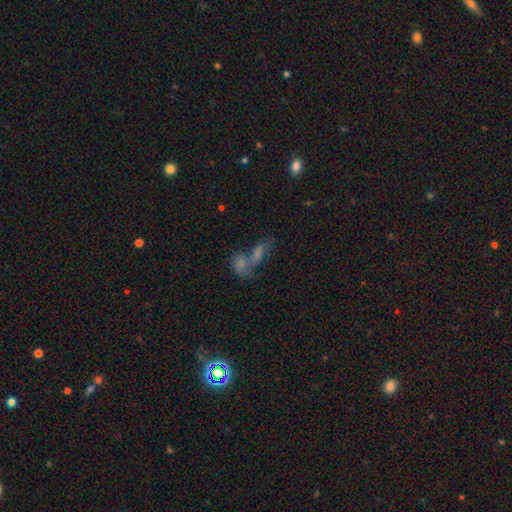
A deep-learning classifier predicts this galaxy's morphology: Smooth or featured: smooth — 48% (star or artifact — 26%)
Merging: merger — 56% (none — 28%)